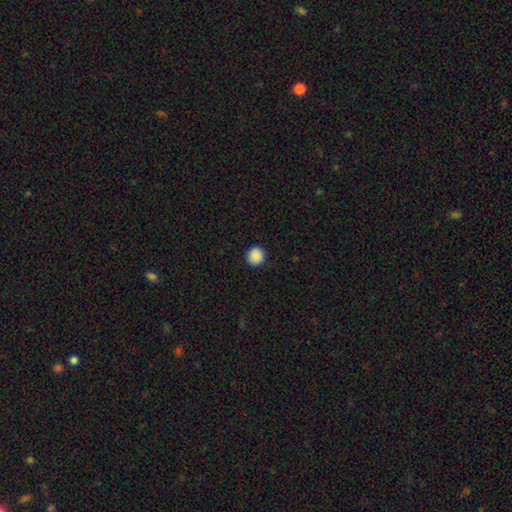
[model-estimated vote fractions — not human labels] Q: Smooth or featured?
A: smooth (89%); runner-up: star or artifact (9%)
Q: How rounded?
A: round (92%); runner-up: in between (7%)
Q: Merging?
A: none (92%); runner-up: minor disturbance (5%)